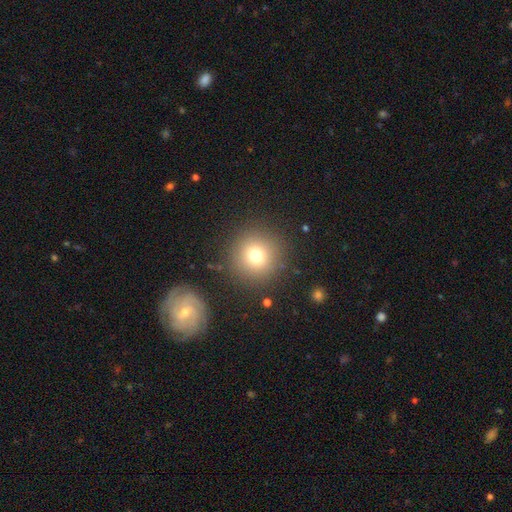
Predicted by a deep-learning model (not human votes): A smooth galaxy with no disk features (74%) that is round (95%). Merging: none (88%).